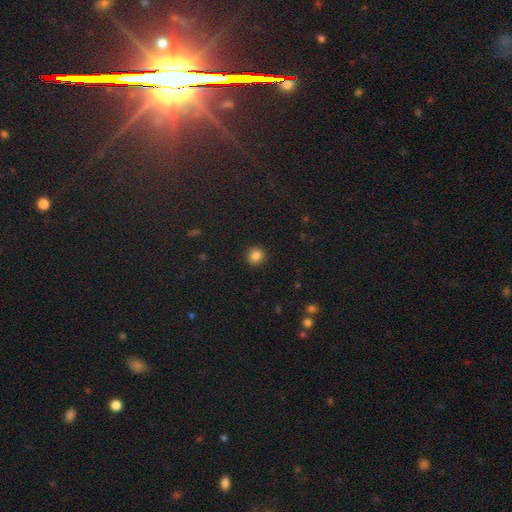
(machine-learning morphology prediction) The model was most divided on "how rounded": round: 86%, in between: 13%, cigar-shaped: 1%. More confident: merging — none (91%); smooth or featured — smooth (85%).